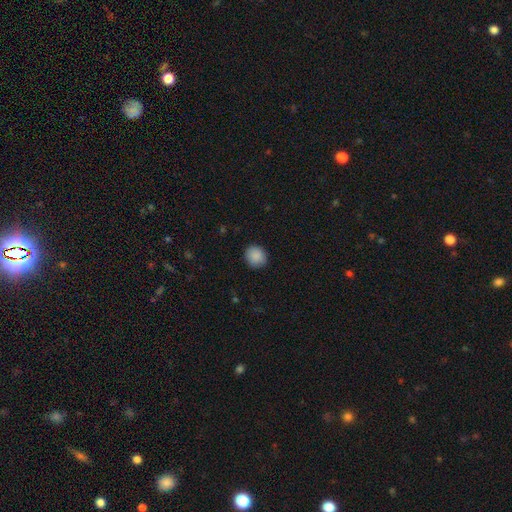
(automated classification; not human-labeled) Smooth or featured: smooth — 89% (star or artifact — 8%)
How rounded: round — 85% (in between — 14%)
Merging: none — 88% (minor disturbance — 9%)